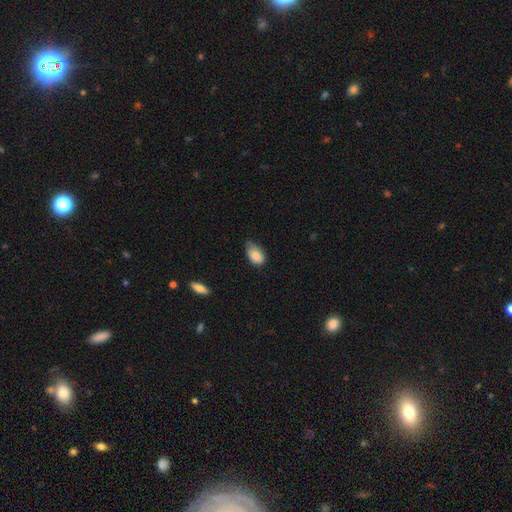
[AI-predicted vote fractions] This appears to be a smooth galaxy with no disk features (85%) that is in between round and cigar-shaped (89%). Merging: minor disturbance (47%).